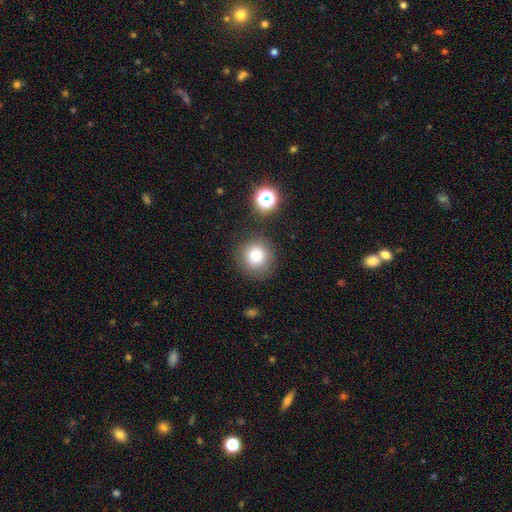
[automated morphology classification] Smooth or featured? Predicted: smooth (p=0.78). How rounded? Predicted: round (p=0.93). Merging? Predicted: none (p=0.84).